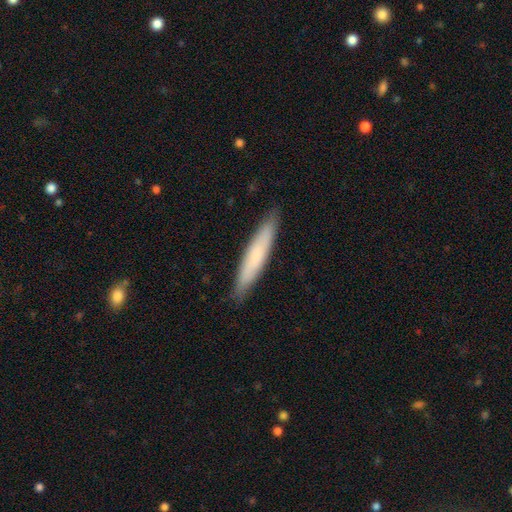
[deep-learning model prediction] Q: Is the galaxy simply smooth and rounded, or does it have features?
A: smooth — 72%.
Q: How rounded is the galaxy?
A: cigar-shaped — 90%.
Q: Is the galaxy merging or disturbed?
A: none — 89%.